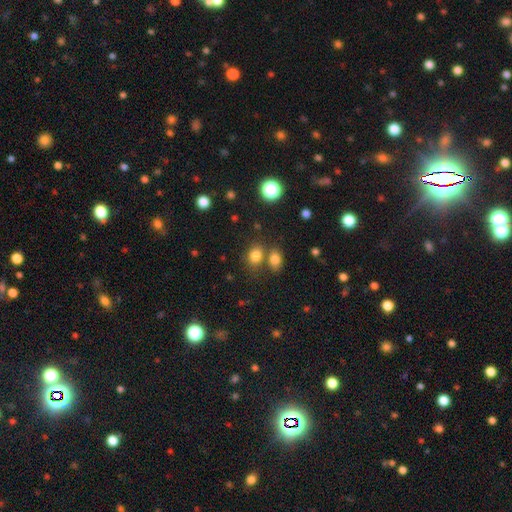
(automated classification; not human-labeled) Smooth or featured? Predicted: smooth (p=0.80). How rounded? Predicted: in between (p=0.55). Merging? Predicted: none (p=0.60).